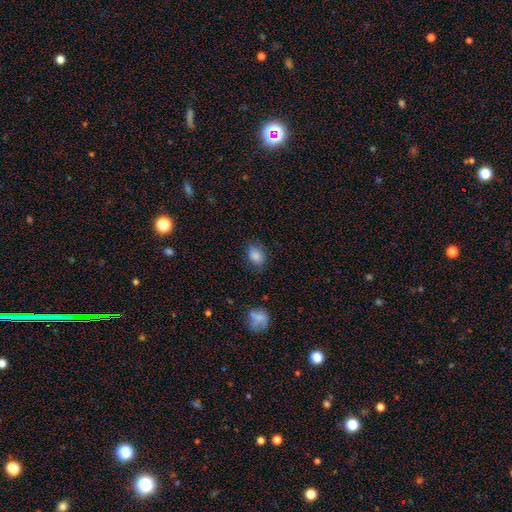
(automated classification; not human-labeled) Q: Smooth or featured?
A: smooth (84%); runner-up: star or artifact (10%)
Q: How rounded?
A: in between (66%); runner-up: round (33%)
Q: Merging?
A: none (75%); runner-up: minor disturbance (19%)